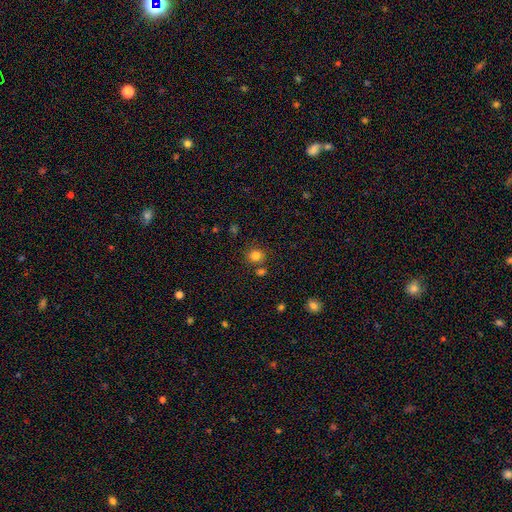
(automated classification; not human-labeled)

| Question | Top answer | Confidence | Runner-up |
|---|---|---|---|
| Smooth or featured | smooth | 81% | star or artifact (13%) |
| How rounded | round | 85% | in between (14%) |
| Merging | none | 75% | merger (12%) |